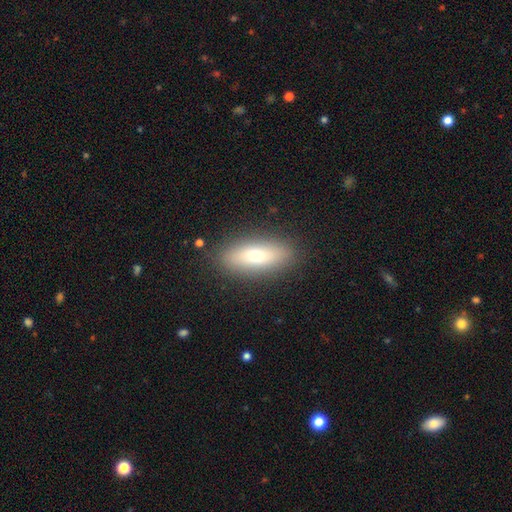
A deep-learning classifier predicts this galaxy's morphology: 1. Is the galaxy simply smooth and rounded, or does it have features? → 63% smooth, 28% featured or disk, 9% star or artifact.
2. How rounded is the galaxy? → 64% in between, 32% cigar-shaped, 3% round.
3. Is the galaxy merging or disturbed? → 88% none, 8% minor disturbance, 2% major disturbance, 1% merger.